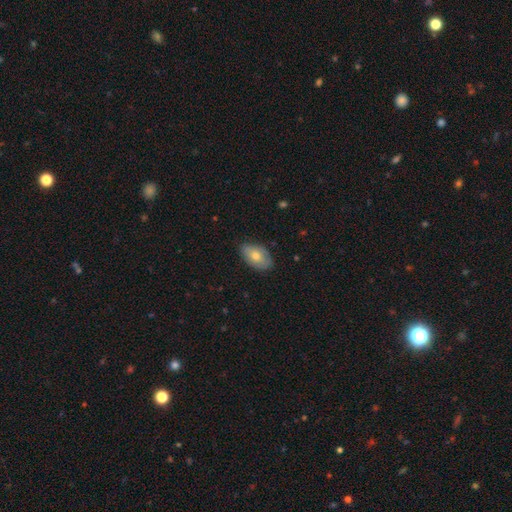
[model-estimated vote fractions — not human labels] Morphology: type=smooth (69%); roundness=in between (91%); merging=none (75%).